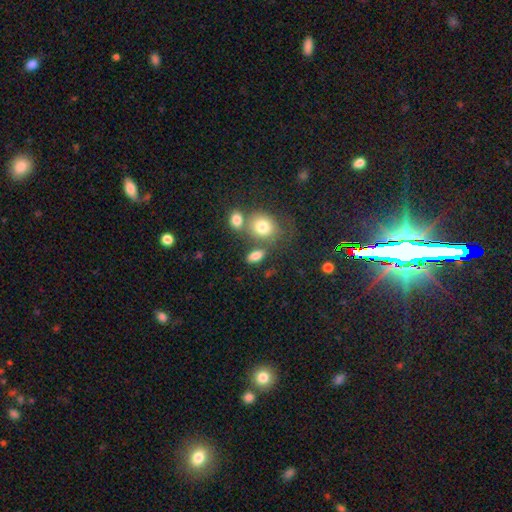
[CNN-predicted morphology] Smooth or featured? smooth (80%)
How rounded? in between (77%)
Merging? none (59%)